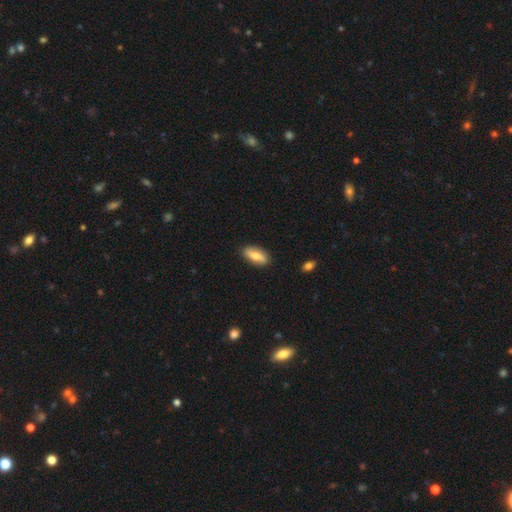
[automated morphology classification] The model was most divided on "smooth or featured": smooth: 65%, featured or disk: 29%, star or artifact: 6%. More confident: merging — none (87%); how rounded — in between (81%).